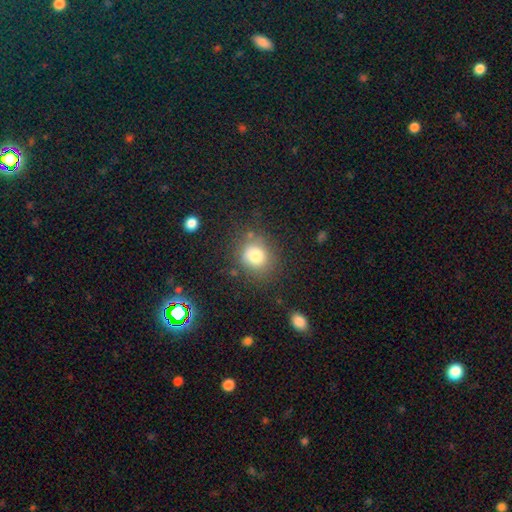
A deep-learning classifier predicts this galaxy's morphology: A smooth galaxy with no disk features (78%) that is round (76%).

Vote fractions:
- Smooth or featured? smooth: 78% / star or artifact: 12% / featured or disk: 10%
- How rounded? round: 76% / in between: 23% / cigar-shaped: 1%
- Merging? none: 73% / minor disturbance: 16% / major disturbance: 6% / merger: 5%